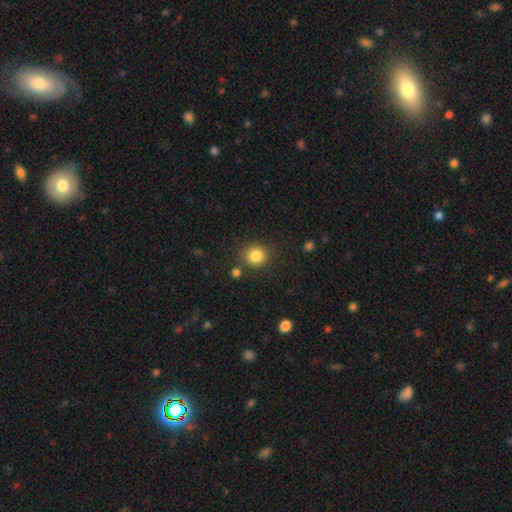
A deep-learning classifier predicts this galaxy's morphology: Smooth or featured? smooth (84%)
How rounded? round (88%)
Merging? none (83%)